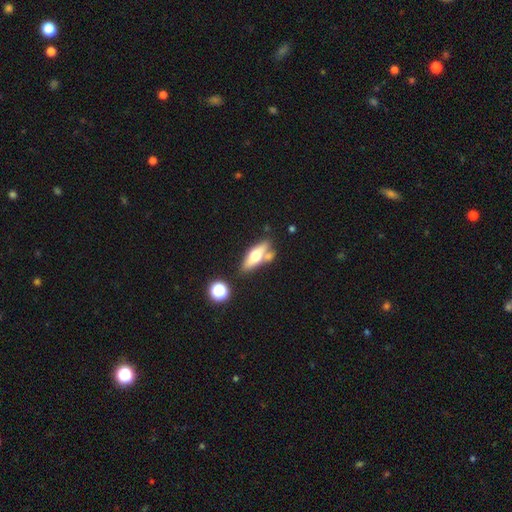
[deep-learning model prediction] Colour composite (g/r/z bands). It shows a smooth galaxy with no disk features (50%). Merging: none (61%).